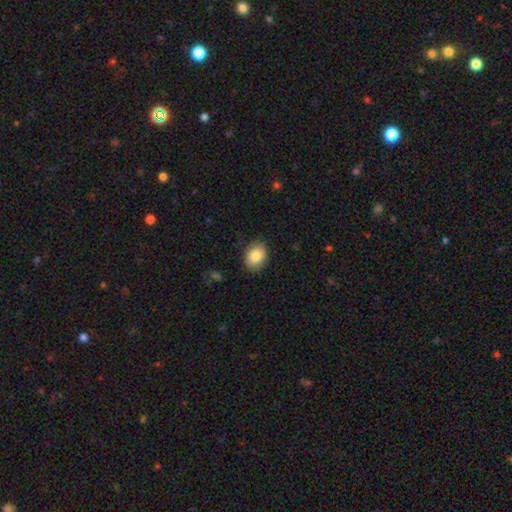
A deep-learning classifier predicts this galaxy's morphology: Smooth or featured? smooth (86%)
How rounded? in between (69%)
Merging? none (84%)